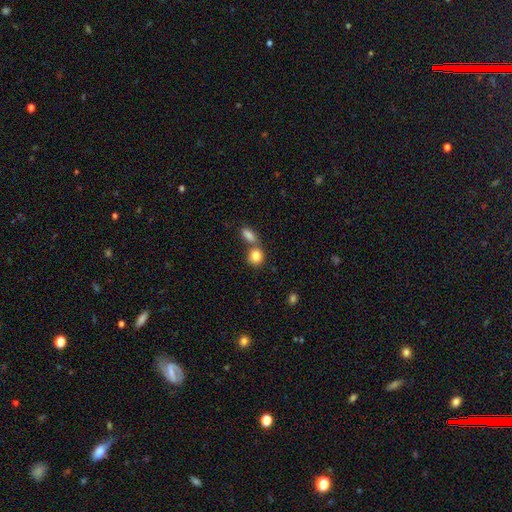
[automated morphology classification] Q: Smooth or featured?
A: smooth (85%); runner-up: star or artifact (8%)
Q: How rounded?
A: round (69%); runner-up: in between (29%)
Q: Merging?
A: none (47%); runner-up: merger (41%)